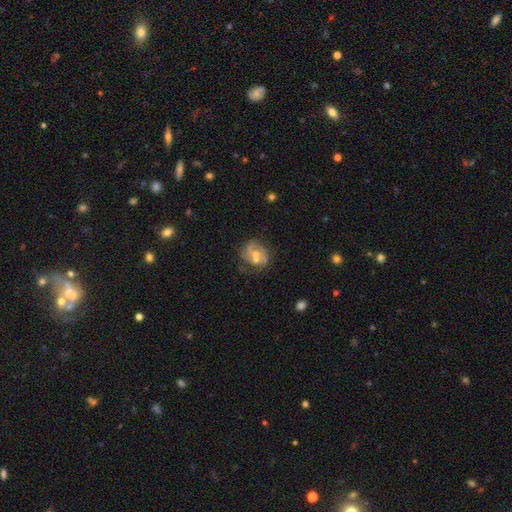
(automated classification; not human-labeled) smooth_or_featured: featured or disk (p=0.62) [alt: smooth p=0.29]
disk_edge_on: no (p=0.98) [alt: yes p=0.02]
bar: no (p=0.67) [alt: weak p=0.26]
has_spiral_arms: yes (p=0.63) [alt: no p=0.37]
bulge_size: moderate (p=0.57) [alt: small p=0.35]
merging: none (p=0.46) [alt: merger p=0.23]